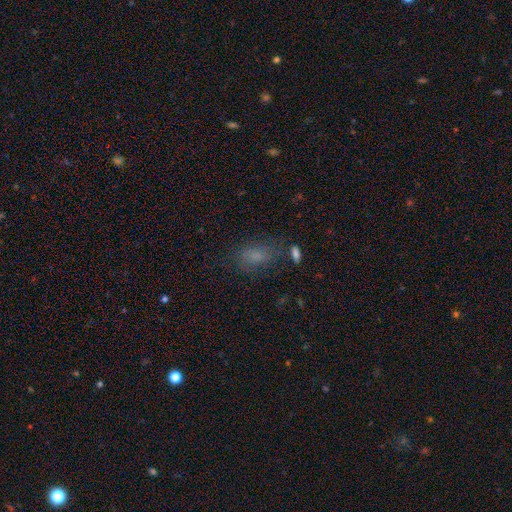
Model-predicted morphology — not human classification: smooth-or-featured: smooth: 65% | star or artifact: 20% | featured or disk: 15%
  how-rounded: in between: 83% | round: 11% | cigar-shaped: 5%
  merging: none: 62% | minor disturbance: 20% | major disturbance: 12% | merger: 6%